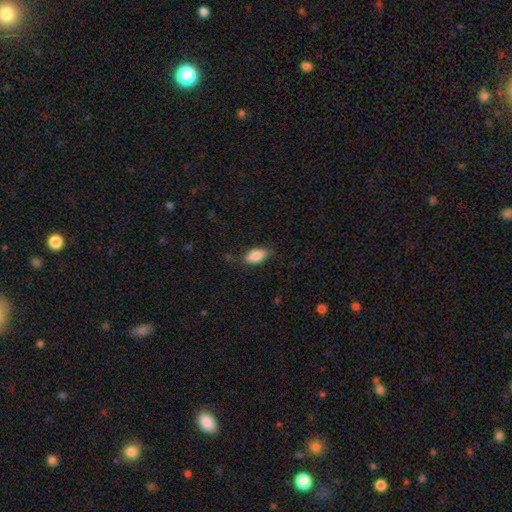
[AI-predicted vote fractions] A smooth galaxy with no disk features (86%) that is in between round and cigar-shaped (90%).

Vote fractions:
- Smooth or featured? smooth: 86% / star or artifact: 7% / featured or disk: 7%
- How rounded? in between: 90% / cigar-shaped: 6% / round: 3%
- Merging? none: 77% / minor disturbance: 18% / major disturbance: 4% / merger: 1%